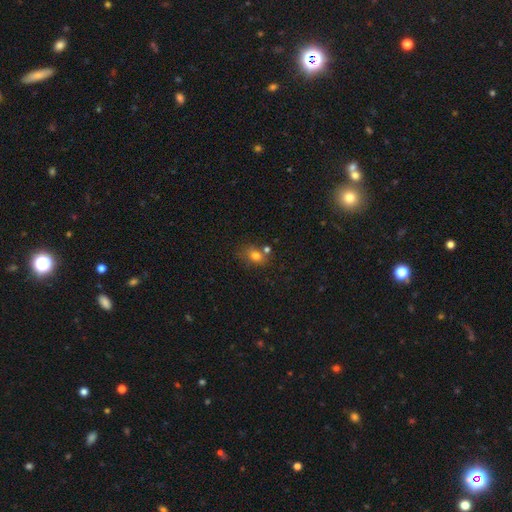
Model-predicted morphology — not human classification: Smooth or featured?
  - smooth: 76% *
  - star or artifact: 14%
  - featured or disk: 11%
How rounded?
  - in between: 57% *
  - round: 42%
  - cigar-shaped: 1%
Merging?
  - none: 57% *
  - merger: 19%
  - minor disturbance: 18%
  - major disturbance: 6%